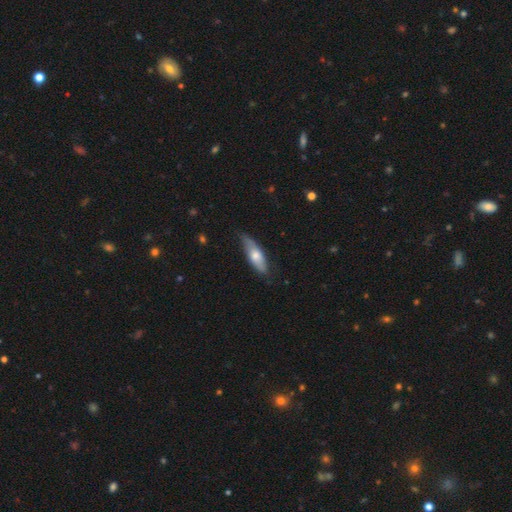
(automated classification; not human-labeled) smooth-or-featured: smooth: 63% | featured or disk: 32% | star or artifact: 5%
  how-rounded: in between: 56% | cigar-shaped: 42% | round: 2%
  merging: none: 68% | minor disturbance: 26% | major disturbance: 4% | merger: 1%